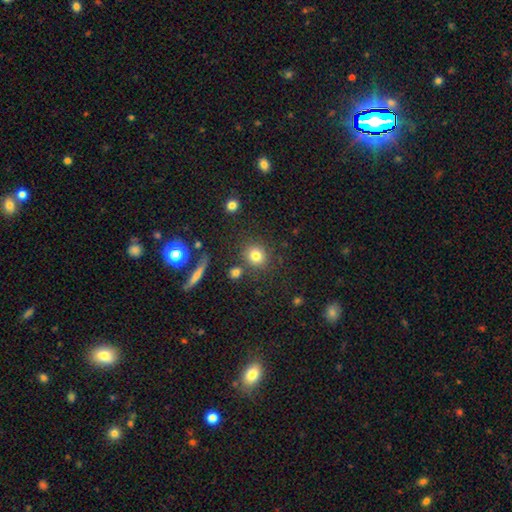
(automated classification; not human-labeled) Morphology: type=smooth (79%); roundness=round (86%); merging=none (80%).